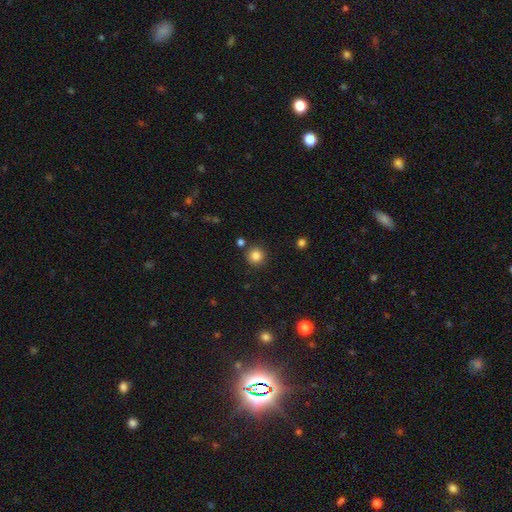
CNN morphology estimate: Overall: smooth (84%). How rounded: round (94%). Merging: none (87%).